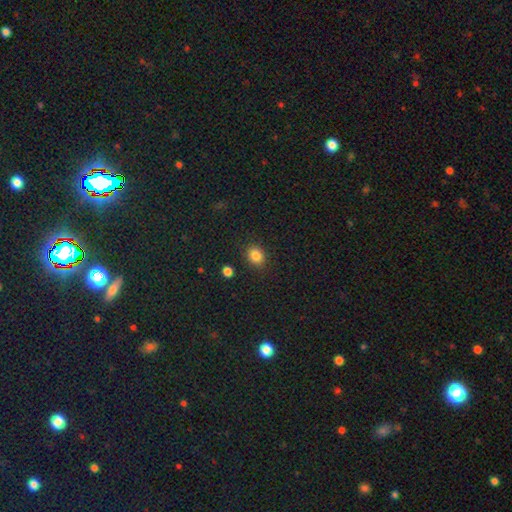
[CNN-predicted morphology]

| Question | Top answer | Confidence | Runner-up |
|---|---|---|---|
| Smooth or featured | smooth | 83% | star or artifact (11%) |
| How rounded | round | 63% | in between (36%) |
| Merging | none | 87% | minor disturbance (8%) |